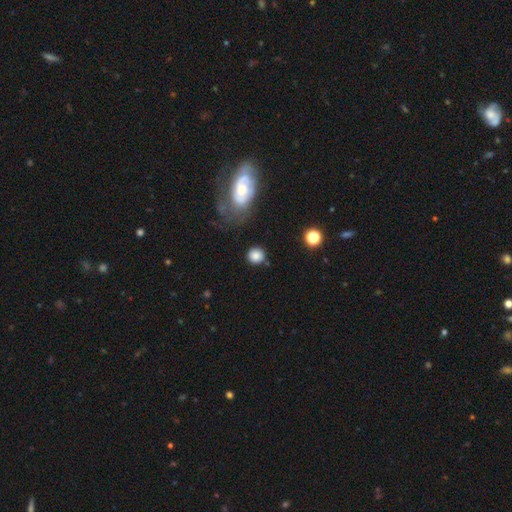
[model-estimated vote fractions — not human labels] A smooth galaxy with no disk features (84%) that is round (88%).

Vote fractions:
- Smooth or featured? smooth: 84% / star or artifact: 10% / featured or disk: 7%
- How rounded? round: 88% / in between: 10% / cigar-shaped: 1%
- Merging? none: 80% / minor disturbance: 11% / major disturbance: 5% / merger: 4%